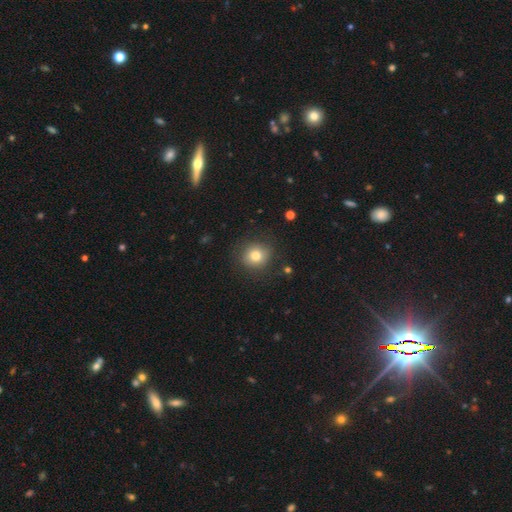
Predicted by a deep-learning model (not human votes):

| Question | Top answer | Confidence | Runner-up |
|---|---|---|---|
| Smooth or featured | smooth | 79% | star or artifact (11%) |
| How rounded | round | 88% | in between (11%) |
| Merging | none | 85% | minor disturbance (10%) |